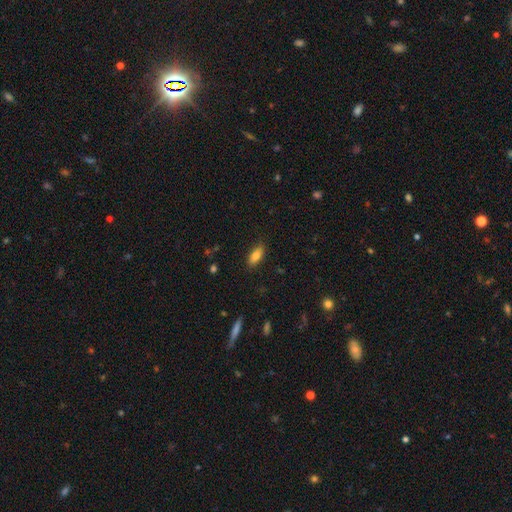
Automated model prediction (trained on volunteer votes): Smooth or featured?
  - smooth: 80% *
  - featured or disk: 13%
  - star or artifact: 8%
How rounded?
  - in between: 80% *
  - cigar-shaped: 18%
  - round: 3%
Merging?
  - none: 85% *
  - minor disturbance: 11%
  - major disturbance: 2%
  - merger: 1%